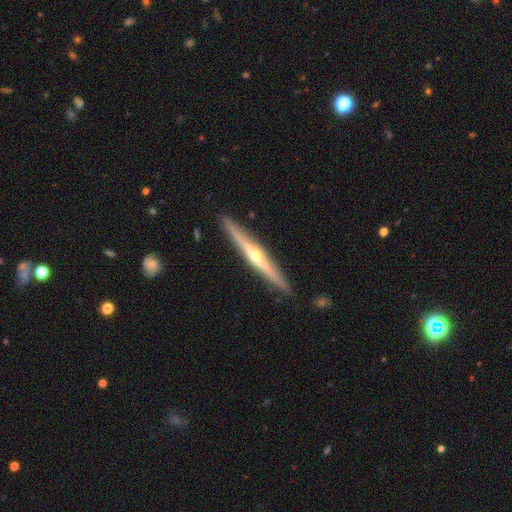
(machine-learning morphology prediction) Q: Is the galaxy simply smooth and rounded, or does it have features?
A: featured or disk — 77%.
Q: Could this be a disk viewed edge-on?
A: yes — 98%.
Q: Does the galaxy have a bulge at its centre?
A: rounded — 88%.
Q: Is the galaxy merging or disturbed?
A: none — 91%.